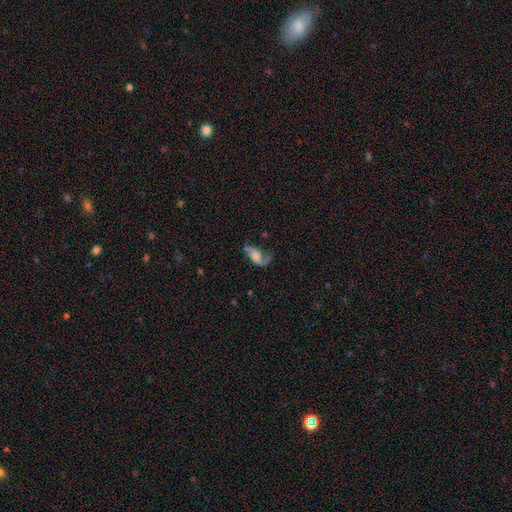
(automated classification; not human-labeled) A featured or disk galaxy (69%) with no bar (60%), 2 (80%) loose (69%) spiral arms (91%) and a large central bulge (25%). Merging: none (50%).